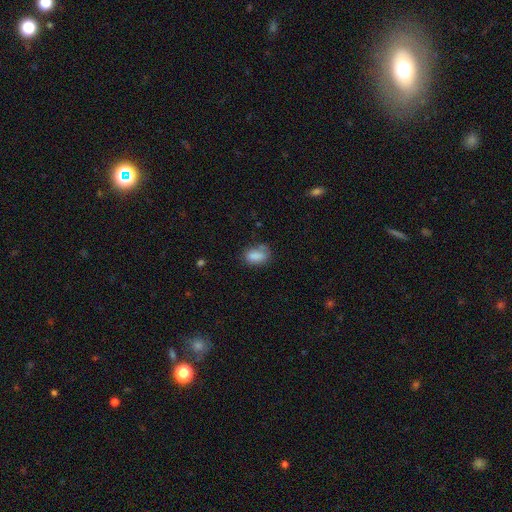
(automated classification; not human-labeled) Smooth or featured? smooth (83%)
How rounded? in between (86%)
Merging? none (59%)